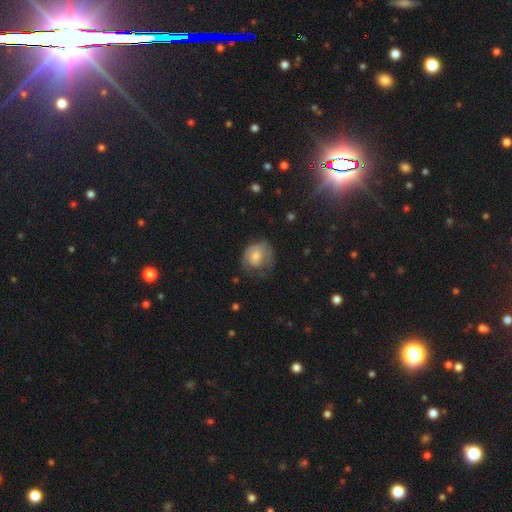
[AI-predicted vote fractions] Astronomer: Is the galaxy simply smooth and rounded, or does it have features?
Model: smooth — 48% (runner-up: featured or disk, 45%).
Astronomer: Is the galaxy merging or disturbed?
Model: none — 40% (runner-up: major disturbance, 31%).